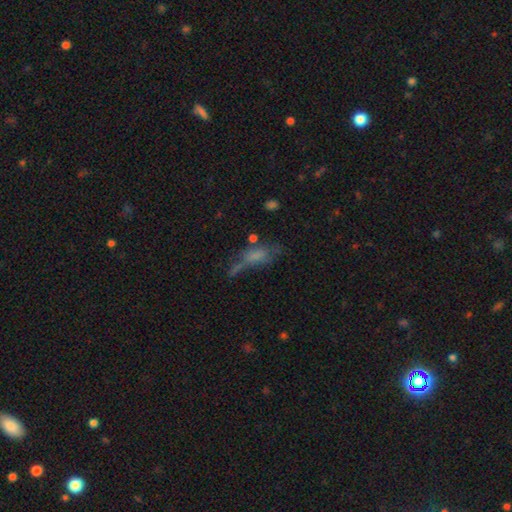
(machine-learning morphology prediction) smooth 59%, featured or disk 26%, star or artifact 15%. Down the decision tree: how rounded — in between (68%); merging — none (31%).